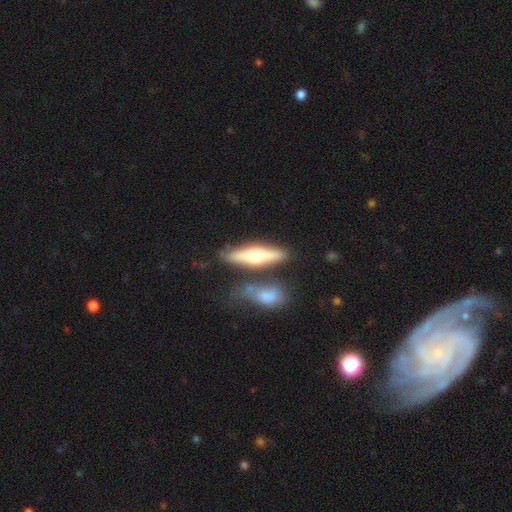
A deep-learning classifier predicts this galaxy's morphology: Smooth or featured: featured or disk — 55% (smooth — 39%)
Edge-on disk: yes — 90% (no — 10%)
Merging: none — 71% (merger — 13%)